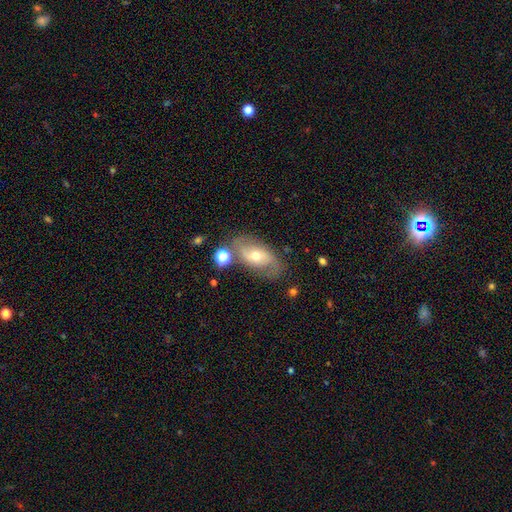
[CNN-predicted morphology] Smooth or featured?
  - featured or disk: 63% *
  - smooth: 28%
  - star or artifact: 9%
Edge-on disk?
  - no: 92% *
  - yes: 8%
Bar?
  - no: 59% *
  - weak: 29%
  - strong: 11%
Spiral arms?
  - yes: 75% *
  - no: 25%
Bulge size?
  - moderate: 60% *
  - small: 35%
  - large: 3%
  - none: 1%
  - dominant: 1%
Merging?
  - none: 68% *
  - minor disturbance: 18%
  - merger: 7%
  - major disturbance: 7%